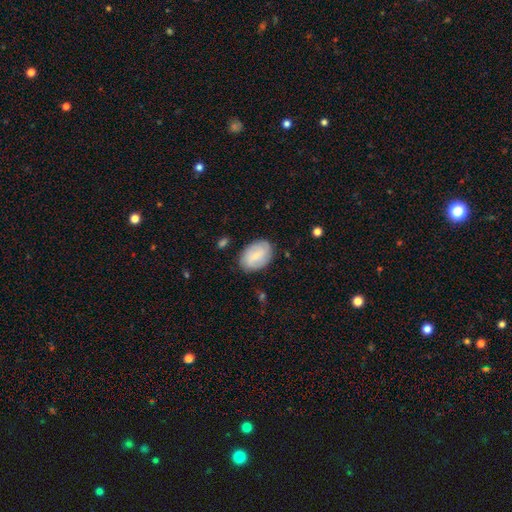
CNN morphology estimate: A smooth galaxy with no disk features (65%) that is in between round and cigar-shaped (88%). Merging: none (82%).